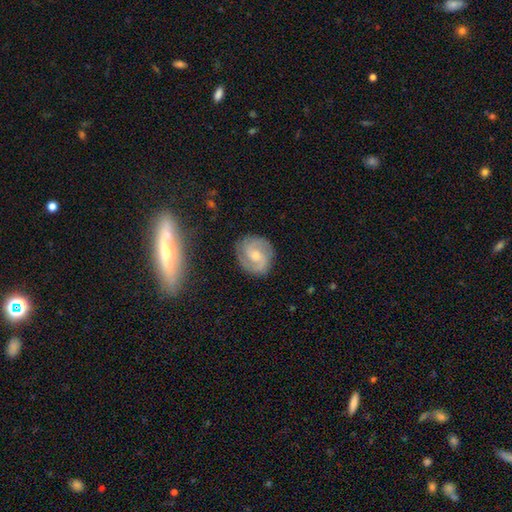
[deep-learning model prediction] The model was most divided on "bar": no: 48%, weak: 44%, strong: 8%. Remaining: edge-on disk — no (98%); spiral arms — yes (96%); merging — none (82%); smooth or featured — featured or disk (79%); spiral arm count — 2 (77%); bulge size — moderate (50%); spiral winding — medium (48%).